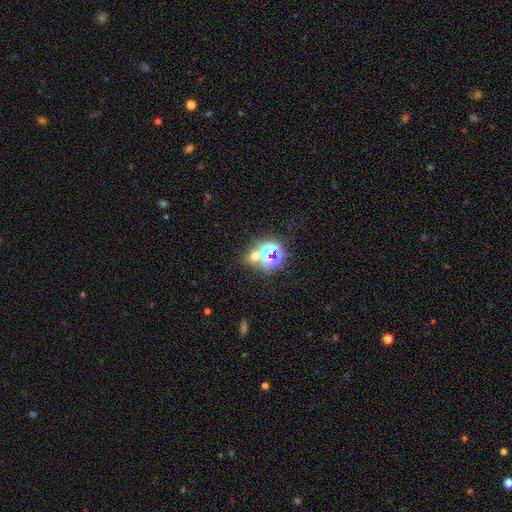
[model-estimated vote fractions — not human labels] A smooth galaxy with no disk features (47%). Merging: none (62%).